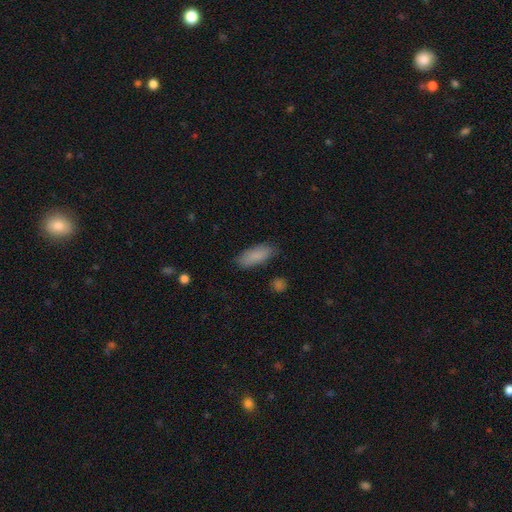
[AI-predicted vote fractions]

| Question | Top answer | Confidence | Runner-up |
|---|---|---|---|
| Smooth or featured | smooth | 86% | featured or disk (7%) |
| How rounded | in between | 77% | cigar-shaped (21%) |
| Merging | none | 81% | minor disturbance (14%) |